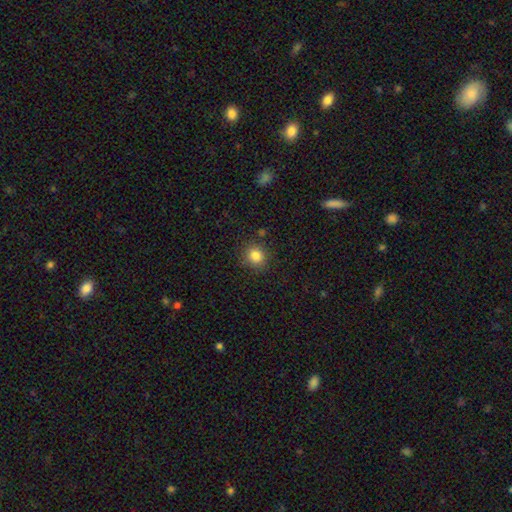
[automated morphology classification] Smooth or featured: smooth — 83% (star or artifact — 12%)
How rounded: round — 87% (in between — 12%)
Merging: none — 86% (minor disturbance — 8%)